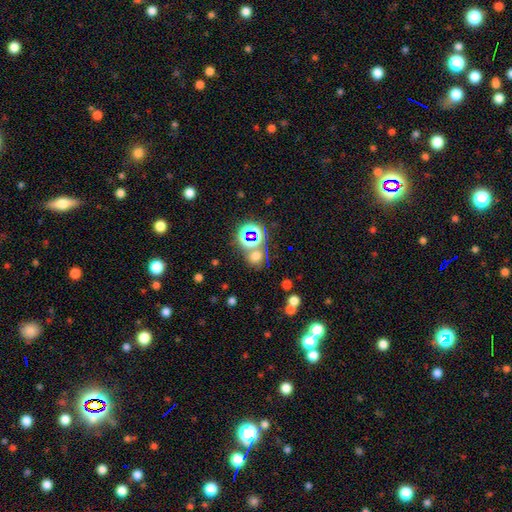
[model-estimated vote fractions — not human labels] The model was most divided on "smooth or featured": smooth: 50%, star or artifact: 42%, featured or disk: 8%. More confident: merging — none (67%).